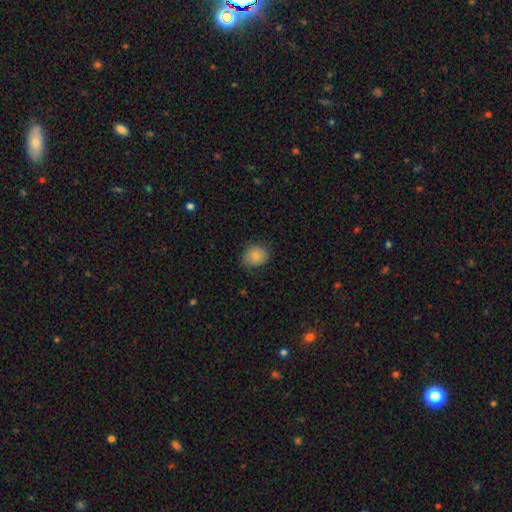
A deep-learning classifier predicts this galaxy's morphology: Smooth or featured? Predicted: smooth (p=0.82). How rounded? Predicted: round (p=0.65). Merging? Predicted: none (p=0.74).